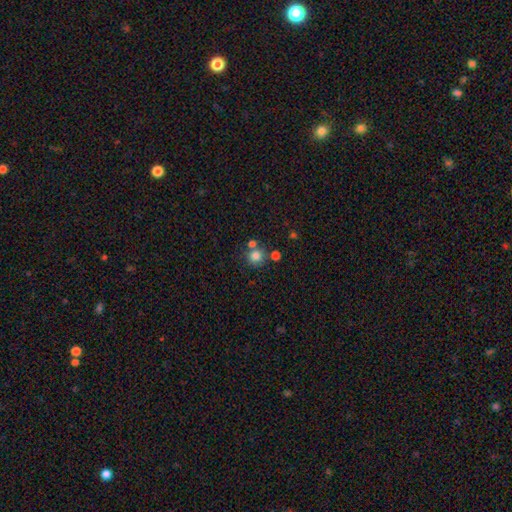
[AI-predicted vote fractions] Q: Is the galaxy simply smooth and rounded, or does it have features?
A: smooth — 81%.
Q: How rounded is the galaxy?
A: round — 91%.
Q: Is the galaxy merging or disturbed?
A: none — 68%.